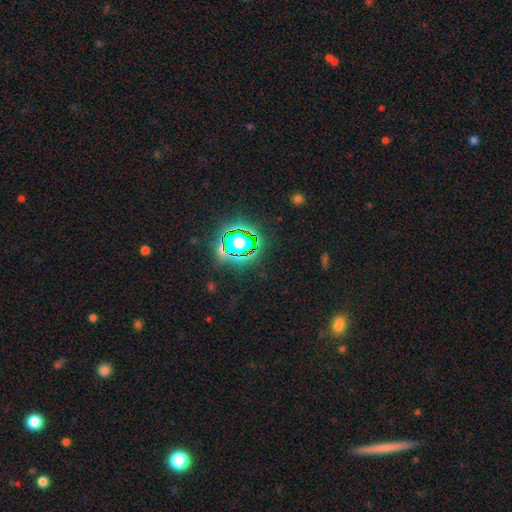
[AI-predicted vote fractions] smooth_or_featured: star or artifact (p=0.80) [alt: smooth p=0.13]